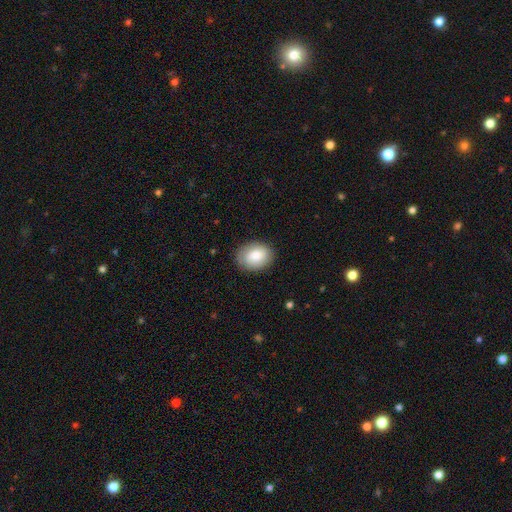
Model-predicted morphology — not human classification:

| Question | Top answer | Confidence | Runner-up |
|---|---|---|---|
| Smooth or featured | smooth | 84% | featured or disk (10%) |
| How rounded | in between | 66% | round (33%) |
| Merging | none | 85% | minor disturbance (12%) |